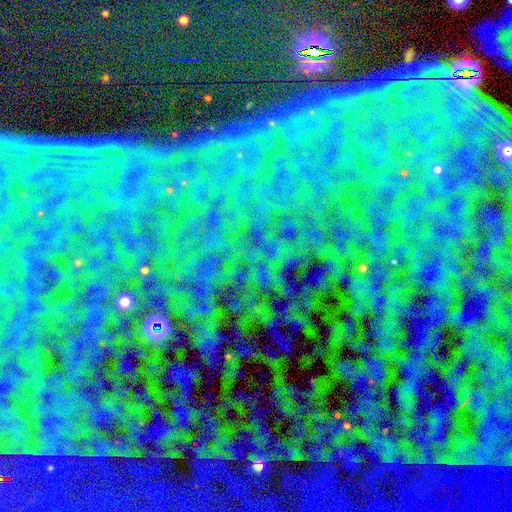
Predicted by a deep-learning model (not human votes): star or artifact 83%, featured or disk 8%, smooth 8%.